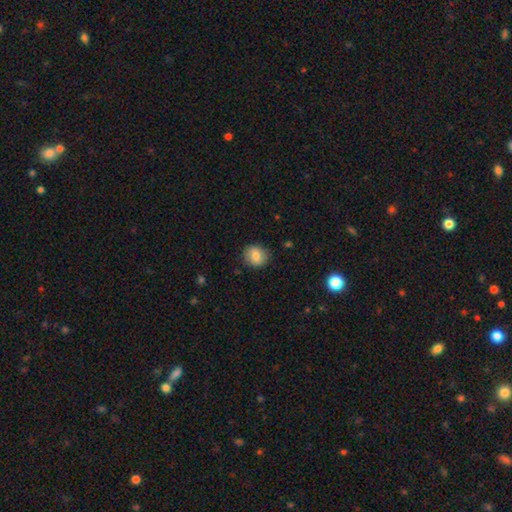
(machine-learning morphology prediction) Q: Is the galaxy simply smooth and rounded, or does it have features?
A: smooth — 78%.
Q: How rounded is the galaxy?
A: round — 74%.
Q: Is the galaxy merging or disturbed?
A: none — 85%.